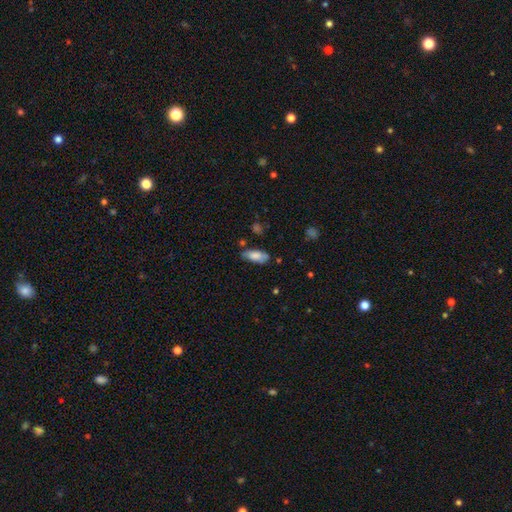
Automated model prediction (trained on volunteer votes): smooth 78%, featured or disk 15%, star or artifact 7%. Down the decision tree: how rounded — in between (80%); merging — none (65%).